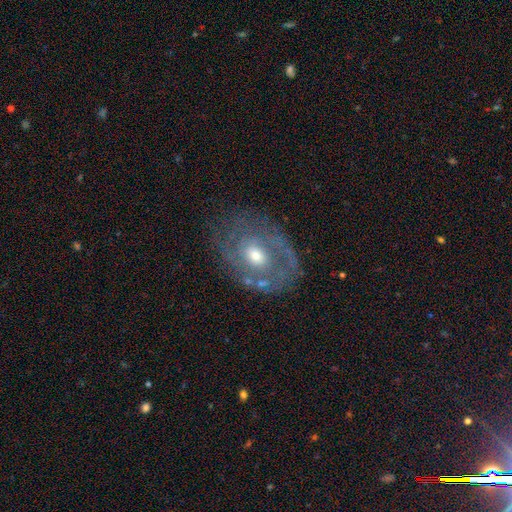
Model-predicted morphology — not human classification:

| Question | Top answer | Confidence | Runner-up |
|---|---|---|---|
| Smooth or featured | featured or disk | 72% | smooth (21%) |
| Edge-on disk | no | 95% | yes (5%) |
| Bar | no | 71% | weak (23%) |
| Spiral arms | yes | 66% | no (34%) |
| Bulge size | moderate | 61% | small (32%) |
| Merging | none | 67% | minor disturbance (19%) |